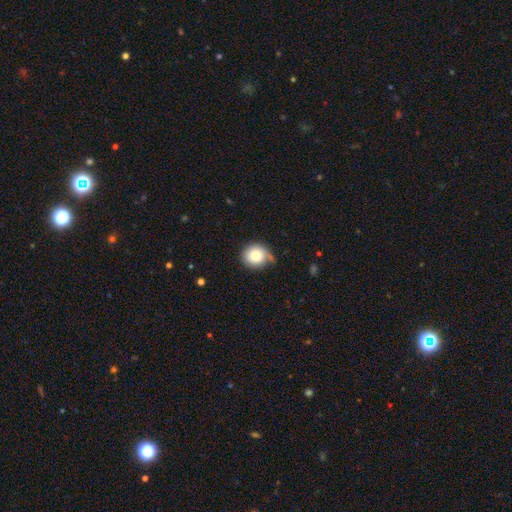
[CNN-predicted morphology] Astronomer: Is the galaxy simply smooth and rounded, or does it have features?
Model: smooth — 82%.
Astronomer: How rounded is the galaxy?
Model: round — 84%.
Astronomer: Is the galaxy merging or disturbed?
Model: none — 67%.